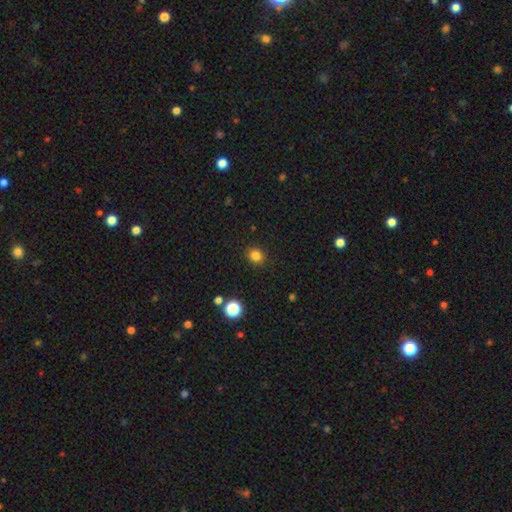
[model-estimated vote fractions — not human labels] The model was most divided on "how rounded": round: 79%, in between: 20%, cigar-shaped: 1%. More confident: merging — none (90%); smooth or featured — smooth (83%).